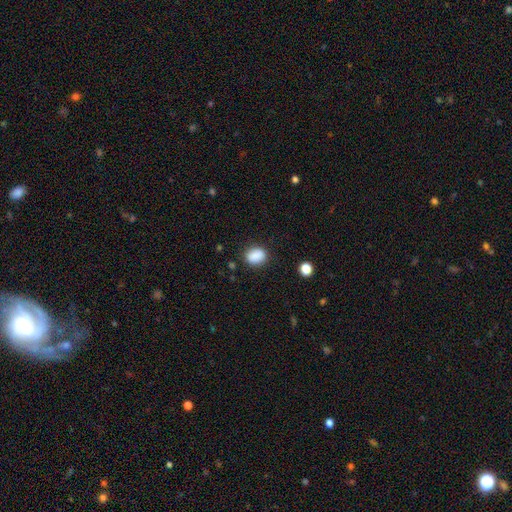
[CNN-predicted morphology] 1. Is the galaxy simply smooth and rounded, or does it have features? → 87% smooth, 9% star or artifact, 4% featured or disk.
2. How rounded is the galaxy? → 58% in between, 41% round, 1% cigar-shaped.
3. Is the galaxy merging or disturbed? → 82% none, 13% minor disturbance, 3% major disturbance, 2% merger.